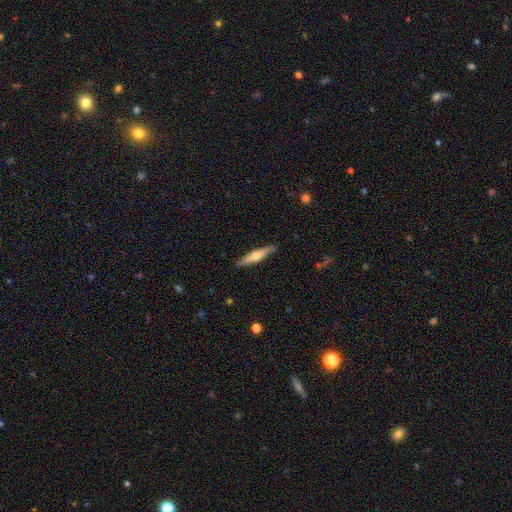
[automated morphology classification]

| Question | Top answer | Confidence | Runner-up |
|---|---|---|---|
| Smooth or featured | featured or disk | 51% | smooth (43%) |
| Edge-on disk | yes | 94% | no (6%) |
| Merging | none | 89% | minor disturbance (9%) |